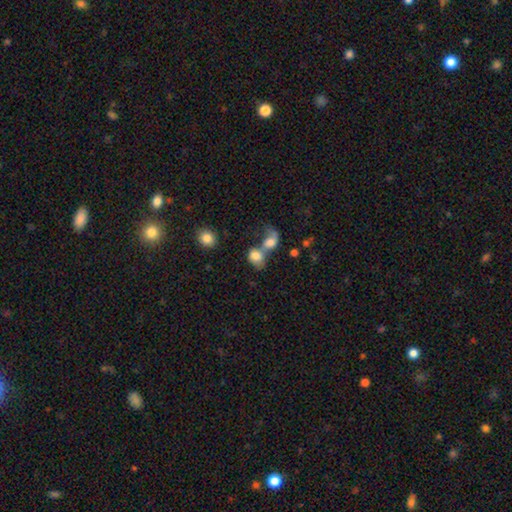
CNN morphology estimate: This appears to be a smooth galaxy with no disk features (74%) that is in between round and cigar-shaped (54%). Merging: merger (71%).